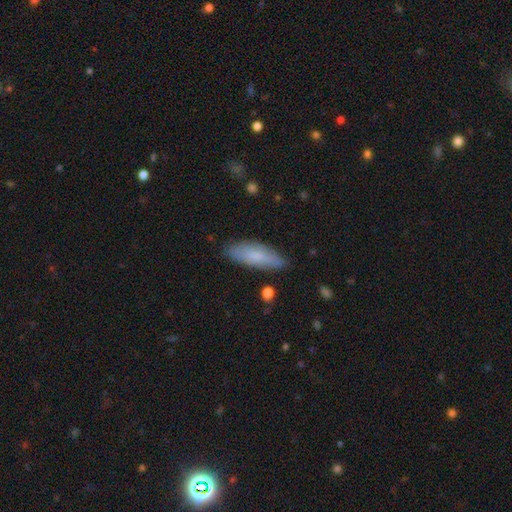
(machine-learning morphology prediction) Overall: smooth (76%). How rounded: in between (56%; cigar-shaped 43%). Merging: none (81%).